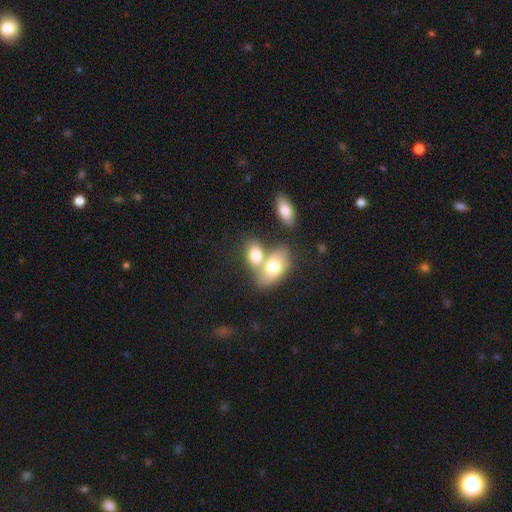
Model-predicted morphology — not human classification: Smooth or featured? smooth (74%)
How rounded? in between (83%)
Merging? merger (58%)